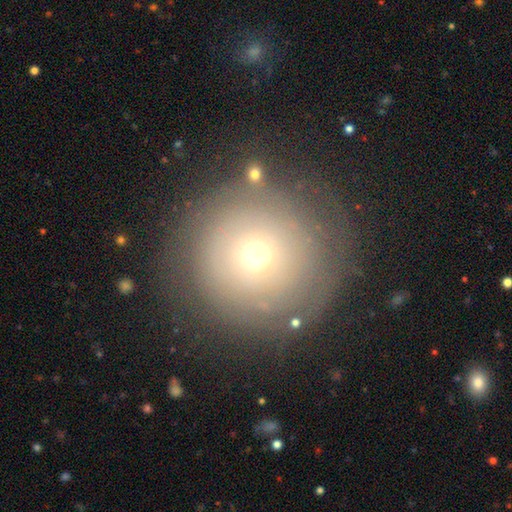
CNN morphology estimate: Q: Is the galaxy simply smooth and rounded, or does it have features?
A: smooth — 59%.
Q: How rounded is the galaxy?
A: round — 96%.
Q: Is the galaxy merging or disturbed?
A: none — 80%.